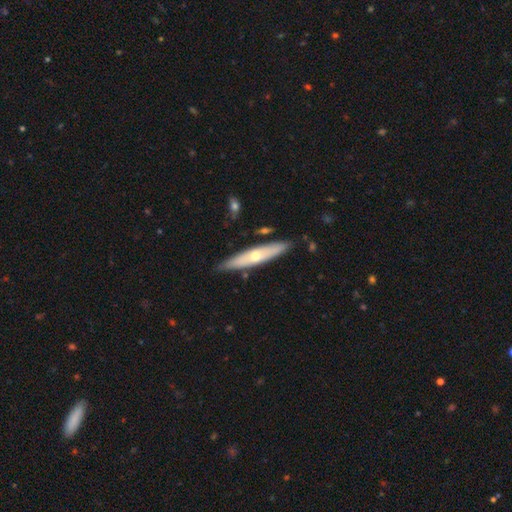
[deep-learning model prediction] Q: Smooth or featured?
A: featured or disk (51%); runner-up: smooth (44%)
Q: Edge-on disk?
A: yes (78%); runner-up: no (22%)
Q: Merging?
A: none (82%); runner-up: minor disturbance (13%)